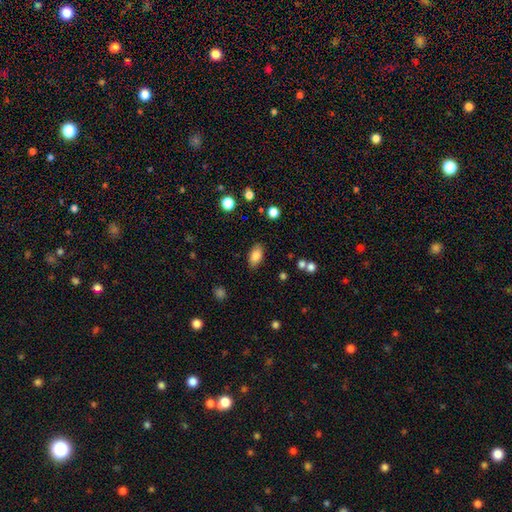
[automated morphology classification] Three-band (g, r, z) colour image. It shows a smooth galaxy with no disk features (84%) that is in between round and cigar-shaped (91%). Merging: none (85%).